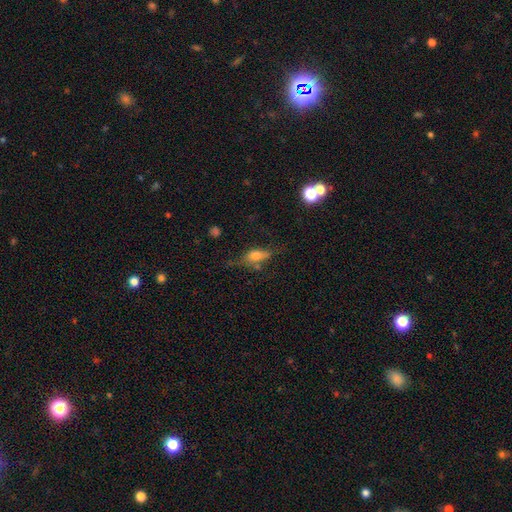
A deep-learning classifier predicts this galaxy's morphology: This is likely a smooth galaxy (61%). How rounded: likely in between (72%). Merging: possibly none (49%).